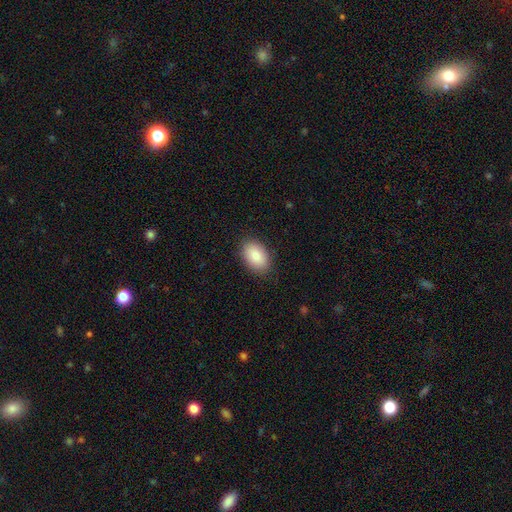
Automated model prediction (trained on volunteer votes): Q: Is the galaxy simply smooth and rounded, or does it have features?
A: smooth — 85%.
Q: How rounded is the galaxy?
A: in between — 90%.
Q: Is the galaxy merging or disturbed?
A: none — 87%.